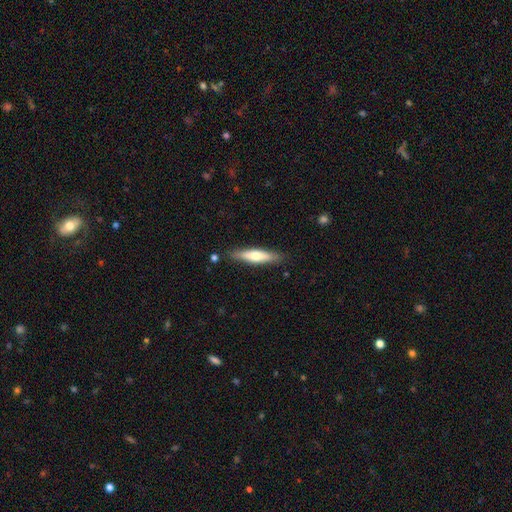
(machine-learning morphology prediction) smooth_or_featured: smooth (p=0.54) [alt: featured or disk p=0.40]
how_rounded: cigar-shaped (p=0.77) [alt: in between p=0.21]
merging: none (p=0.85) [alt: minor disturbance p=0.11]